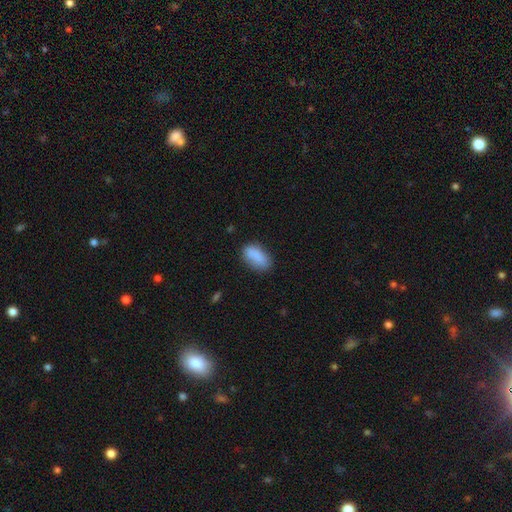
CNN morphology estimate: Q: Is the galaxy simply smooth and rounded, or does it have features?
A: smooth — 85%.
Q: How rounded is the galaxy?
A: in between — 90%.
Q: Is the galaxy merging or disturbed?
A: none — 69%.